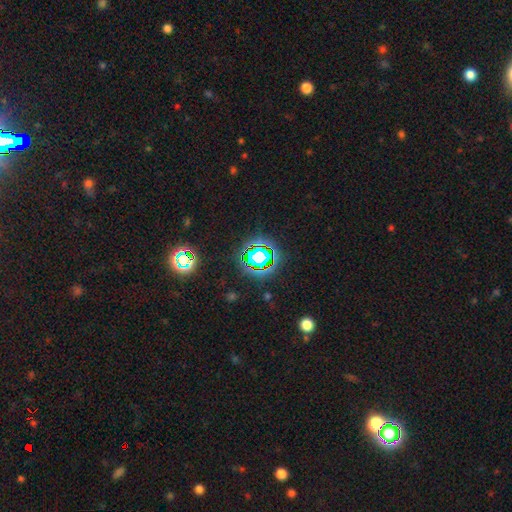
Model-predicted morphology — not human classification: smooth-or-featured: star or artifact: 71% | smooth: 19% | featured or disk: 11%